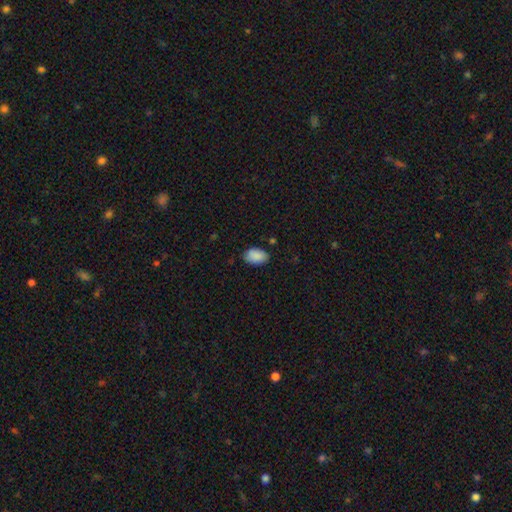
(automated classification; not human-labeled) Morphology: type=smooth (89%); roundness=in between (90%); merging=none (80%).